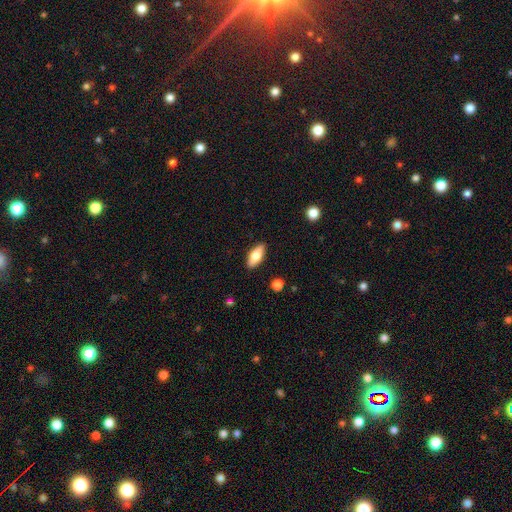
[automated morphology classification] This is likely a smooth galaxy (67%). How rounded: likely in between (74%). Merging: clearly none (89%).